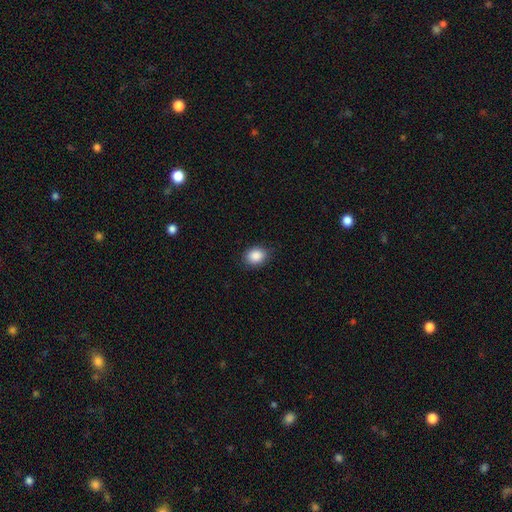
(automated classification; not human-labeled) A smooth galaxy with no disk features (88%) that is in between round and cigar-shaped (51%). Merging: none (83%).